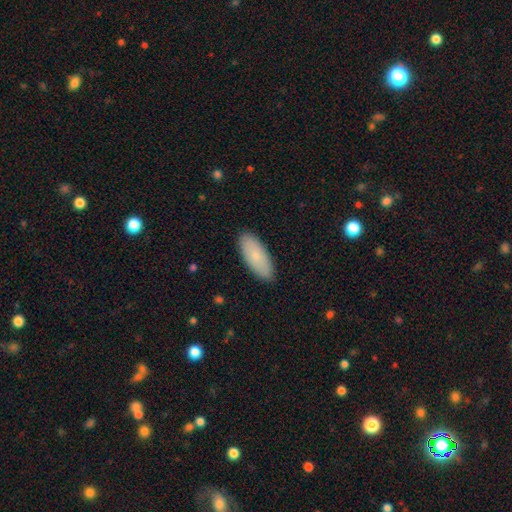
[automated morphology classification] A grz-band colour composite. It shows a smooth galaxy with no disk features (79%) that is in between round and cigar-shaped (82%). Merging: none (88%).